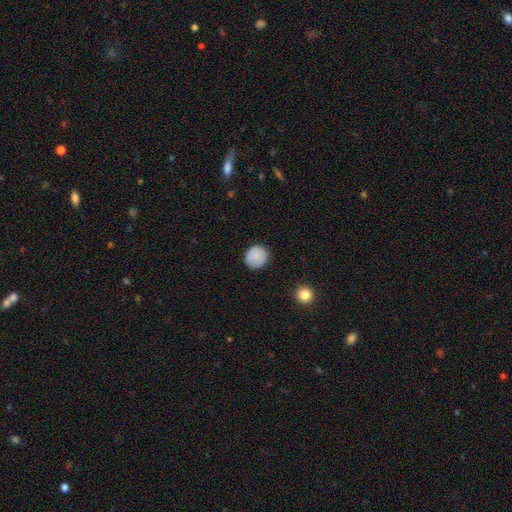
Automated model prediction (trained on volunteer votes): Smooth or featured? Predicted: smooth (p=0.85). How rounded? Predicted: round (p=0.92). Merging? Predicted: none (p=0.87).